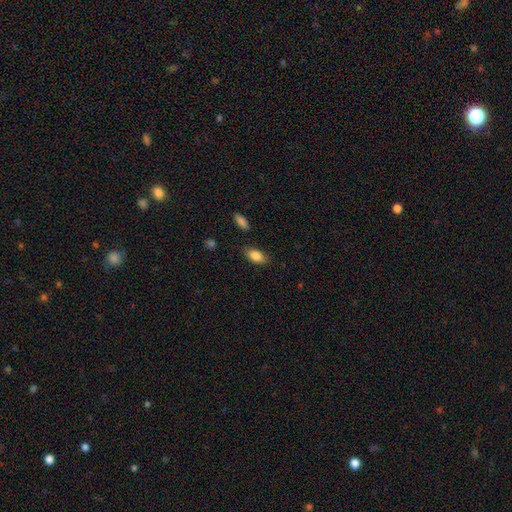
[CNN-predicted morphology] smooth-or-featured: smooth: 86% | star or artifact: 7% | featured or disk: 7%
  how-rounded: in between: 90% | cigar-shaped: 5% | round: 4%
  merging: none: 82% | minor disturbance: 13% | major disturbance: 3% | merger: 2%